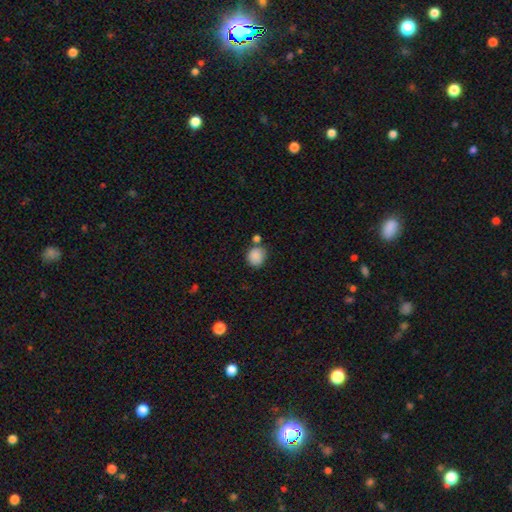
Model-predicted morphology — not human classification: A smooth galaxy with no disk features (87%) that is round (79%).

Vote fractions:
- Smooth or featured? smooth: 87% / star or artifact: 8% / featured or disk: 5%
- How rounded? round: 79% / in between: 20% / cigar-shaped: 1%
- Merging? none: 70% / merger: 13% / minor disturbance: 13% / major disturbance: 4%